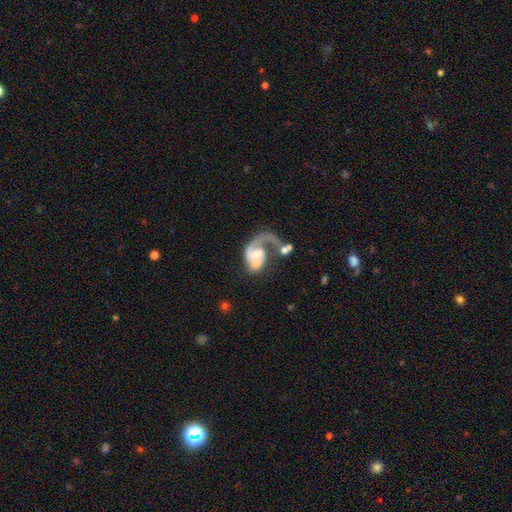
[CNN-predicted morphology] Smooth or featured: featured or disk — 81% (smooth — 13%)
Edge-on disk: no — 98% (yes — 2%)
Bar: no — 59% (weak — 33%)
Spiral arms: yes — 90% (no — 10%)
Spiral winding: loose — 46% (medium — 36%)
Spiral arm count: 1 — 75% (2 — 17%)
Bulge size: moderate — 46% (small — 32%)
Merging: major disturbance — 35% (merger — 34%)